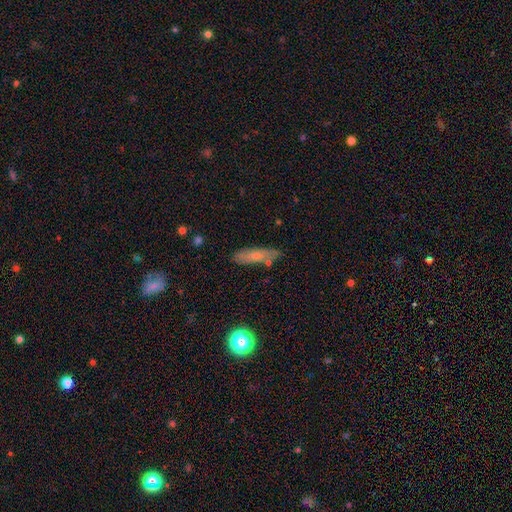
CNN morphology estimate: Smooth or featured?
  - smooth: 64% *
  - featured or disk: 27%
  - star or artifact: 9%
How rounded?
  - cigar-shaped: 61% *
  - in between: 35%
  - round: 3%
Merging?
  - none: 76% *
  - minor disturbance: 17%
  - merger: 4%
  - major disturbance: 3%